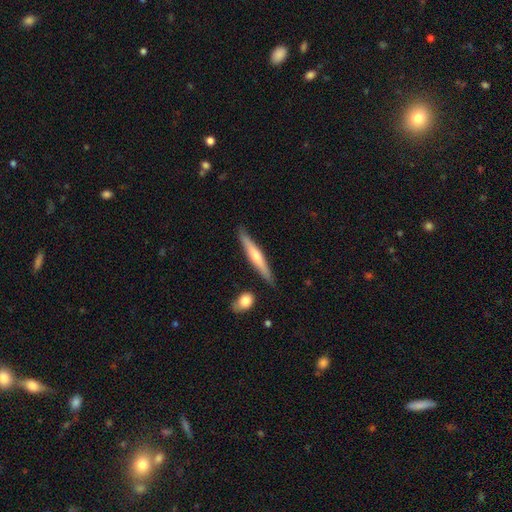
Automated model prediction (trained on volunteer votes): This is possibly a featured or disk galaxy (58%). It is clearly viewed edge-on (96%). Edge-on bulge: likely rounded (77%). Merging: clearly none (88%).